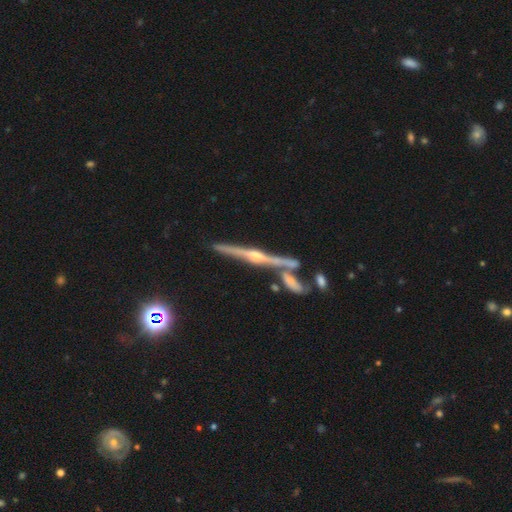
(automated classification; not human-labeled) smooth-or-featured: featured or disk: 85% | smooth: 8% | star or artifact: 7%
  disk-edge-on: yes: 98% | no: 2%
    edge-on-bulge: rounded: 87% | boxy: 7% | none: 7%
  merging: none: 74% | merger: 13% | minor disturbance: 10% | major disturbance: 3%